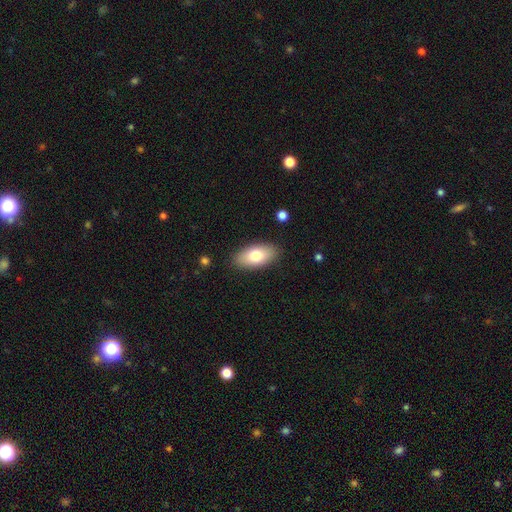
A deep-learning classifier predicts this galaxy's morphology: A smooth galaxy with no disk features (75%) that is in between round and cigar-shaped (92%).

Vote fractions:
- Smooth or featured? smooth: 75% / featured or disk: 18% / star or artifact: 7%
- How rounded? in between: 92% / cigar-shaped: 5% / round: 3%
- Merging? none: 88% / minor disturbance: 9% / major disturbance: 2% / merger: 1%